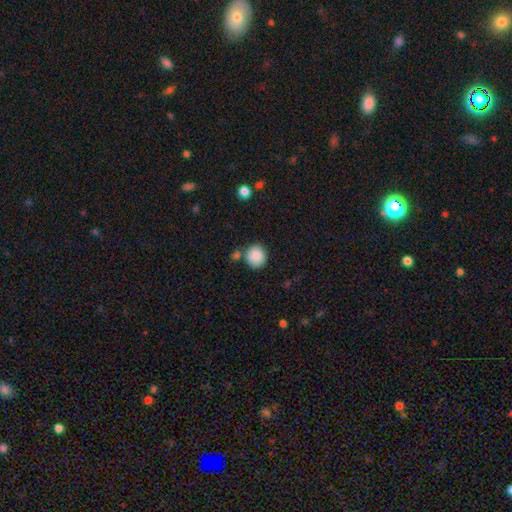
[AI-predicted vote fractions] Smooth or featured? smooth (87%)
How rounded? round (89%)
Merging? none (74%)